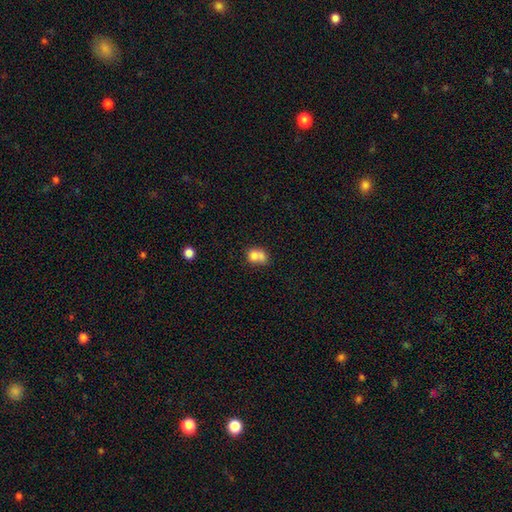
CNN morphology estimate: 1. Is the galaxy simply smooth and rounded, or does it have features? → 73% smooth, 17% featured or disk, 10% star or artifact.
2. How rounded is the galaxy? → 60% round, 39% in between, 1% cigar-shaped.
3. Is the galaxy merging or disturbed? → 60% merger, 25% none, 9% minor disturbance, 5% major disturbance.